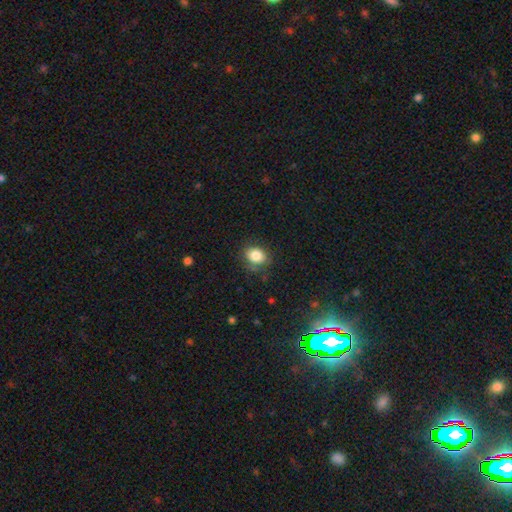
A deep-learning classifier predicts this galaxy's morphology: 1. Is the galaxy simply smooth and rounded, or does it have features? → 83% smooth, 10% star or artifact, 8% featured or disk.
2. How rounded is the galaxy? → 51% round, 48% in between, 1% cigar-shaped.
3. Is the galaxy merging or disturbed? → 76% none, 17% minor disturbance, 5% major disturbance, 2% merger.